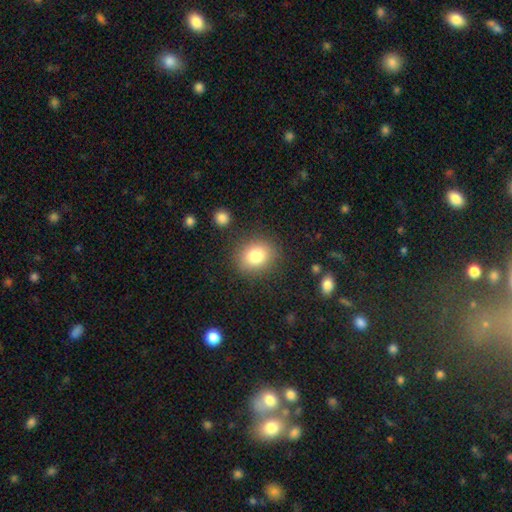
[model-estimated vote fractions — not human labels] Smooth or featured? smooth (81%)
How rounded? round (67%)
Merging? none (85%)